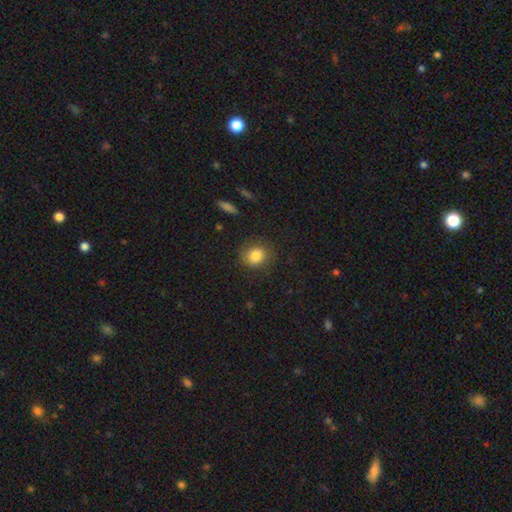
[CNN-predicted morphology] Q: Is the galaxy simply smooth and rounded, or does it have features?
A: smooth — 85%.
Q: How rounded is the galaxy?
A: round — 65%.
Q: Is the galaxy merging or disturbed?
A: none — 80%.